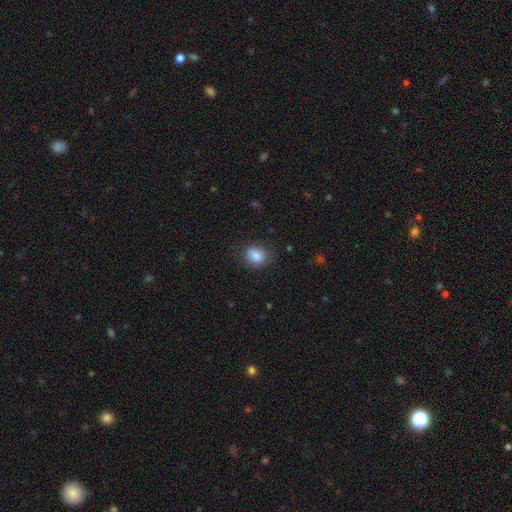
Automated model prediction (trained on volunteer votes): smooth_or_featured: smooth (p=0.84) [alt: star or artifact p=0.09]
how_rounded: in between (p=0.53) [alt: round p=0.46]
merging: none (p=0.69) [alt: minor disturbance p=0.22]